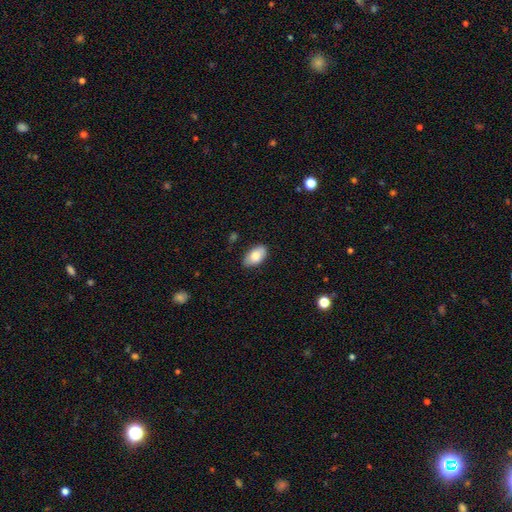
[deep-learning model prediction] smooth-or-featured: smooth: 83% | featured or disk: 11% | star or artifact: 6%
  how-rounded: in between: 94% | round: 4% | cigar-shaped: 2%
  merging: none: 83% | minor disturbance: 14% | major disturbance: 2% | merger: 1%